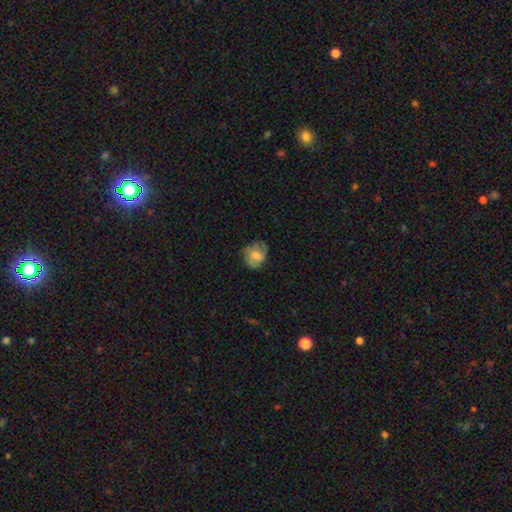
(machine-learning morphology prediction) Smooth or featured: smooth — 56% (featured or disk — 35%)
How rounded: round — 69% (in between — 30%)
Merging: none — 64% (minor disturbance — 24%)